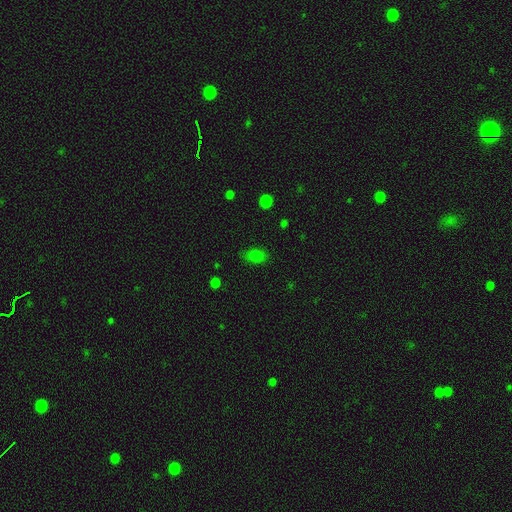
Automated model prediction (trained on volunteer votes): Smooth or featured: smooth — 79% (star or artifact — 14%)
How rounded: in between — 82% (round — 16%)
Merging: none — 80% (minor disturbance — 15%)